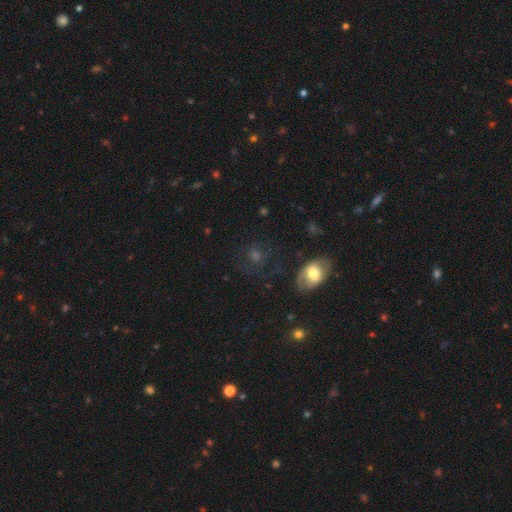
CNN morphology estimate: Smooth or featured? smooth (51%)
How rounded? round (70%)
Merging? none (72%)